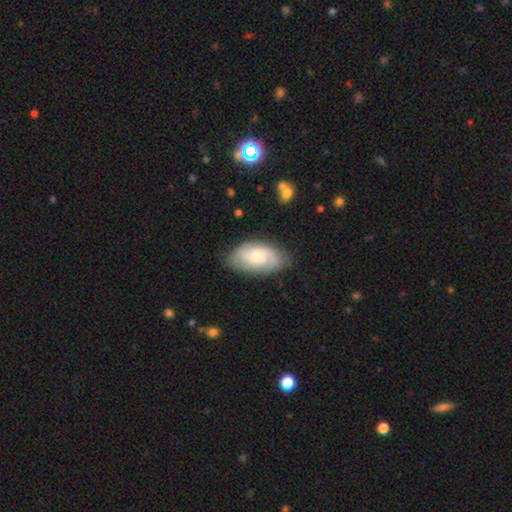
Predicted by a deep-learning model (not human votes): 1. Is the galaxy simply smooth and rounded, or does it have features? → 54% featured or disk, 40% smooth, 6% star or artifact.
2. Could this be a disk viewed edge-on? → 94% no, 6% yes.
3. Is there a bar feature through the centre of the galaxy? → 70% no, 26% weak, 4% strong.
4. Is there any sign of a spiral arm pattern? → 86% yes, 14% no.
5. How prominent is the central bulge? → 47% moderate, 46% small, 4% large, 3% none, 1% dominant.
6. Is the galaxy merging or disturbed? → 76% none, 18% minor disturbance, 4% major disturbance, 1% merger.